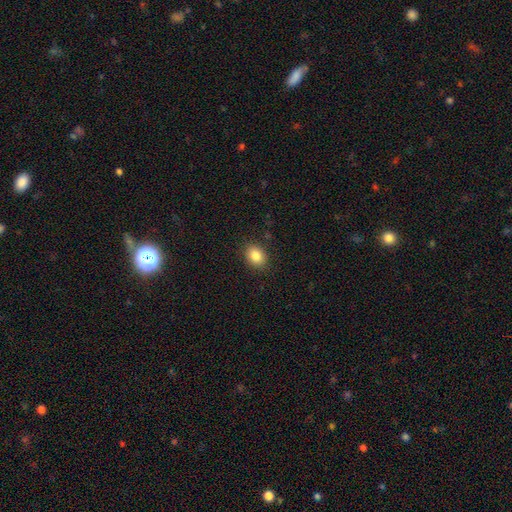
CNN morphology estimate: smooth_or_featured: smooth (p=0.84) [alt: star or artifact p=0.09]
how_rounded: in between (p=0.62) [alt: round p=0.37]
merging: none (p=0.88) [alt: minor disturbance p=0.09]